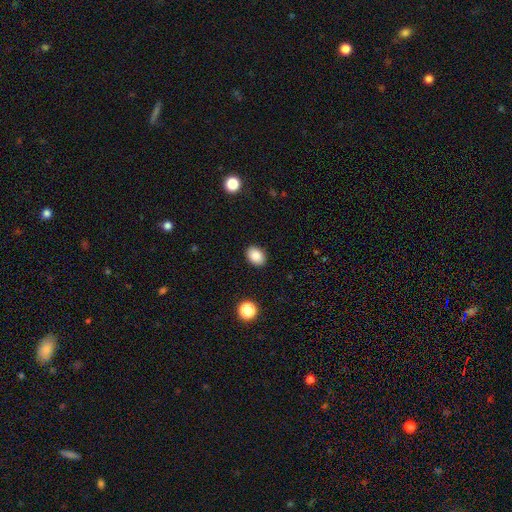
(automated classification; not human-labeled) smooth_or_featured: smooth (p=0.87) [alt: star or artifact p=0.09]
how_rounded: in between (p=0.75) [alt: round p=0.24]
merging: none (p=0.89) [alt: minor disturbance p=0.08]